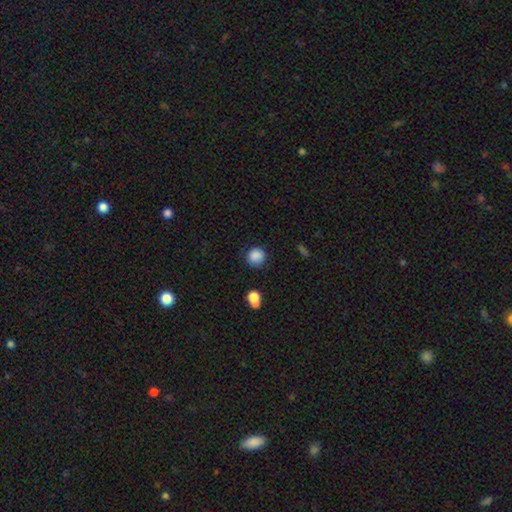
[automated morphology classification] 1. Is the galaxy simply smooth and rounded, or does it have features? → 86% smooth, 10% star or artifact, 4% featured or disk.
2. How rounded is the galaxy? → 88% round, 11% in between, 1% cigar-shaped.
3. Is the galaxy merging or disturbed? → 79% none, 14% minor disturbance, 4% major disturbance, 3% merger.